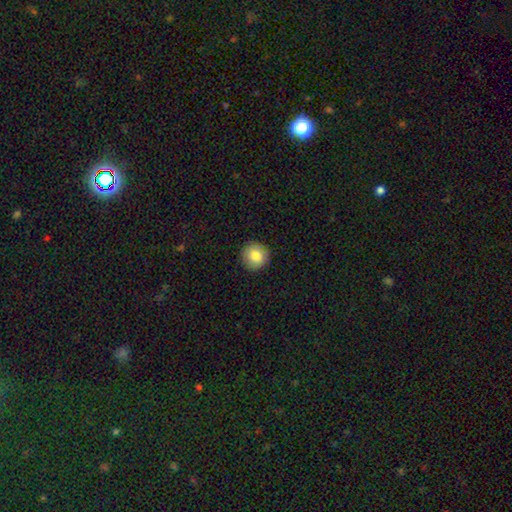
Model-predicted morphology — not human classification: This appears to be a smooth galaxy with no disk features (82%) that is round (93%). Merging: none (90%).